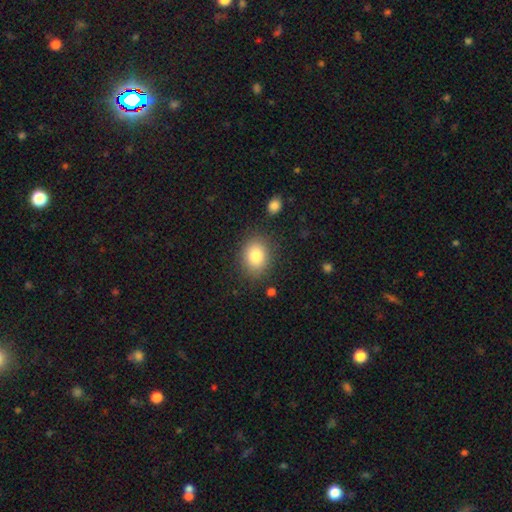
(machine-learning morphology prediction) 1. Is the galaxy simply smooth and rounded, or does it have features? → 83% smooth, 8% star or artifact, 8% featured or disk.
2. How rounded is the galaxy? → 58% in between, 41% round, 1% cigar-shaped.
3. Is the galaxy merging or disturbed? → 83% none, 11% minor disturbance, 4% major disturbance, 2% merger.